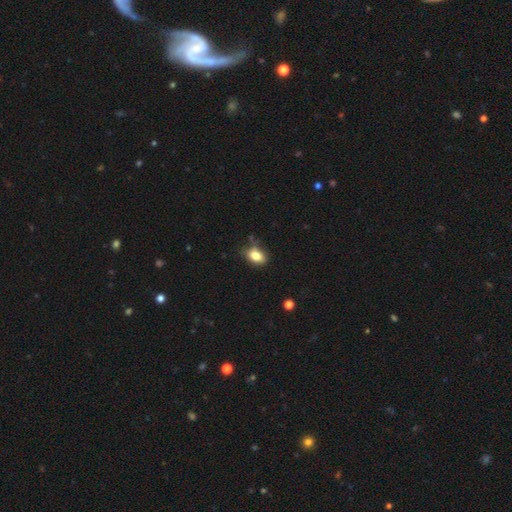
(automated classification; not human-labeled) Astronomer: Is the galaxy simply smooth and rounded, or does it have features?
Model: smooth — 82%.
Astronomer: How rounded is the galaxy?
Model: in between — 82%.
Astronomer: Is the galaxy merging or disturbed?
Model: none — 67%.